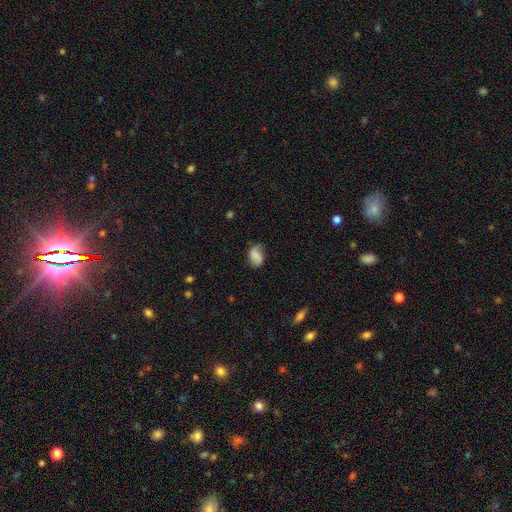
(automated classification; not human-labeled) Smooth or featured?
  - smooth: 67% *
  - featured or disk: 23%
  - star or artifact: 10%
How rounded?
  - in between: 83% *
  - round: 16%
  - cigar-shaped: 2%
Merging?
  - none: 56% *
  - minor disturbance: 31%
  - major disturbance: 11%
  - merger: 2%